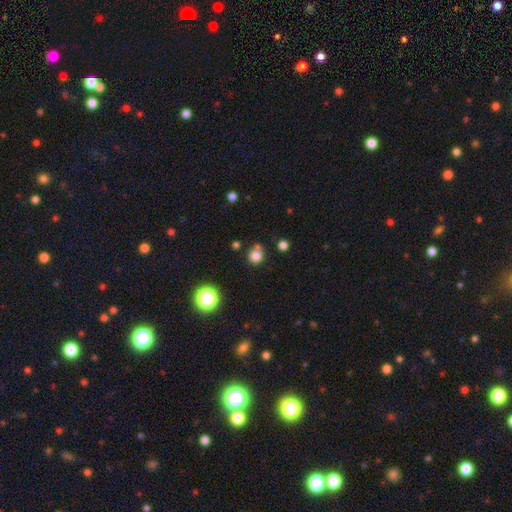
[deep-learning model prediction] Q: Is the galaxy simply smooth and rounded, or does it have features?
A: smooth — 79%.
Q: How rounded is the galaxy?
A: round — 93%.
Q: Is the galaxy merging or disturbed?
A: none — 74%.